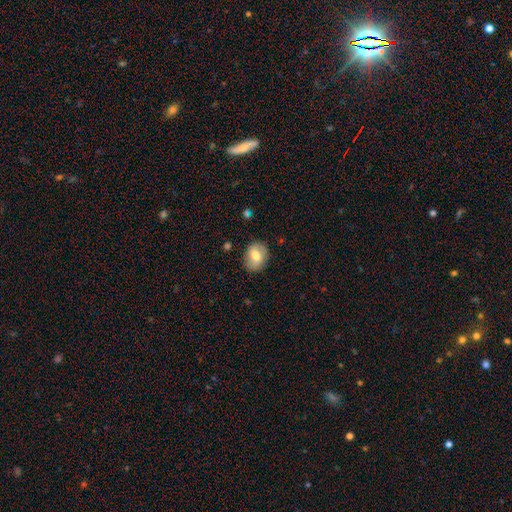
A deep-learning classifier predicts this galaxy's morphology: A smooth galaxy with no disk features (68%) that is in between round and cigar-shaped (51%).

Vote fractions:
- Smooth or featured? smooth: 68% / featured or disk: 24% / star or artifact: 7%
- How rounded? in between: 51% / round: 48% / cigar-shaped: 1%
- Merging? none: 83% / minor disturbance: 13% / major disturbance: 3% / merger: 1%